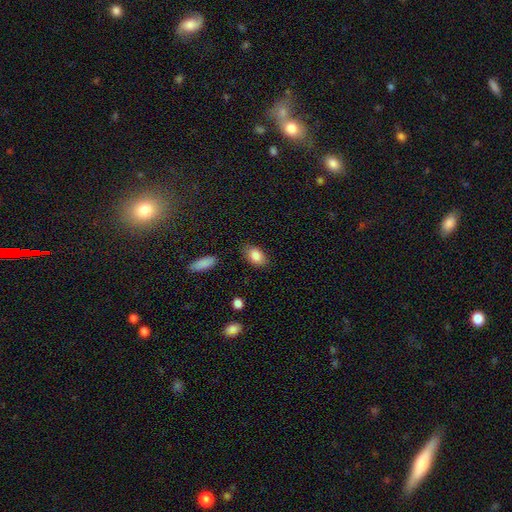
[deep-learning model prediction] smooth_or_featured: smooth (p=0.87) [alt: star or artifact p=0.07]
how_rounded: in between (p=0.88) [alt: round p=0.09]
merging: none (p=0.81) [alt: minor disturbance p=0.14]